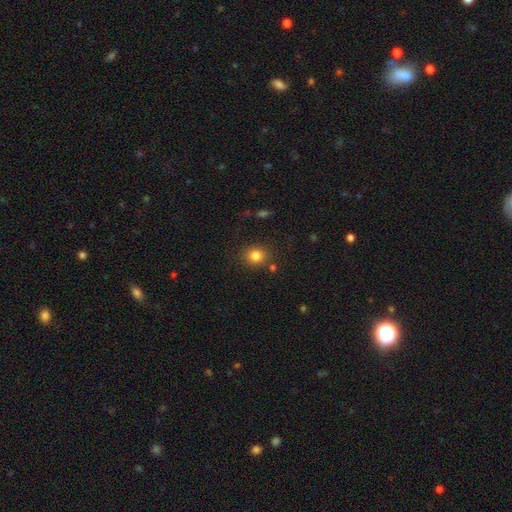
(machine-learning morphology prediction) This appears to be a smooth galaxy with no disk features (82%) that is round (77%). Merging: none (83%).